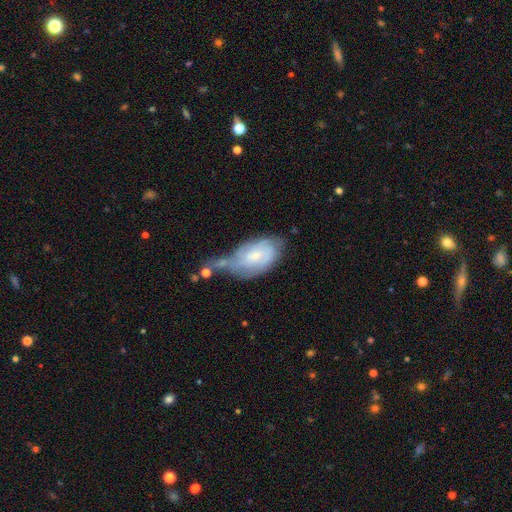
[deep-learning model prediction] A featured or disk galaxy (59%) with no bar (63%), spiral arms (79%) and a small central bulge (63%). Merging: minor disturbance (27%).